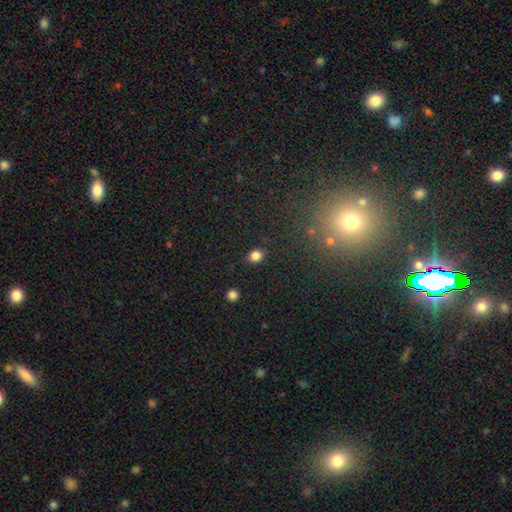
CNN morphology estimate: Overall: smooth (83%). How rounded: round (53%; in between 46%). Merging: none (88%).